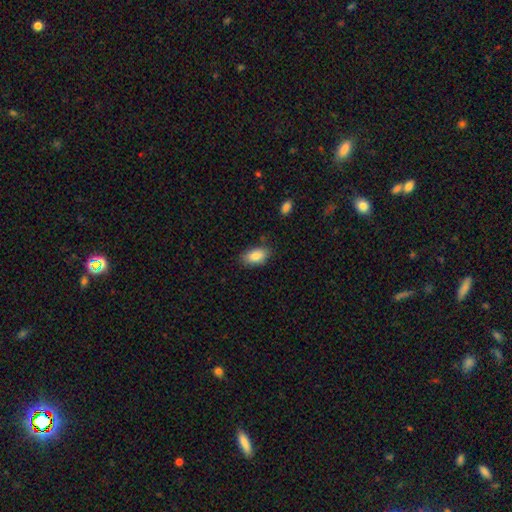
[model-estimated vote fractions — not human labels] Smooth or featured?
  - smooth: 85% *
  - featured or disk: 8%
  - star or artifact: 7%
How rounded?
  - in between: 92% *
  - round: 5%
  - cigar-shaped: 3%
Merging?
  - none: 81% *
  - minor disturbance: 15%
  - major disturbance: 3%
  - merger: 2%